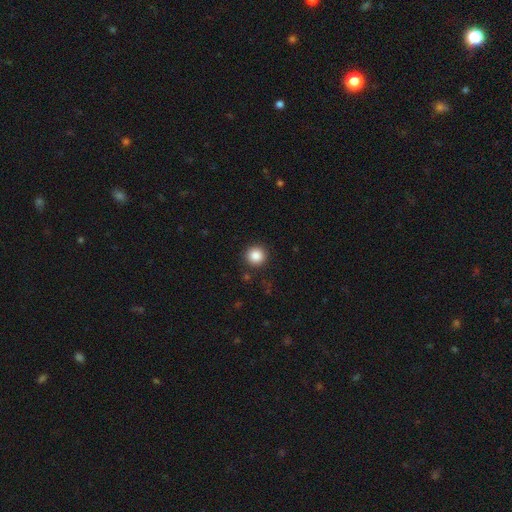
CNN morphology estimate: A smooth galaxy with no disk features (87%) that is round (95%). Merging: none (91%).